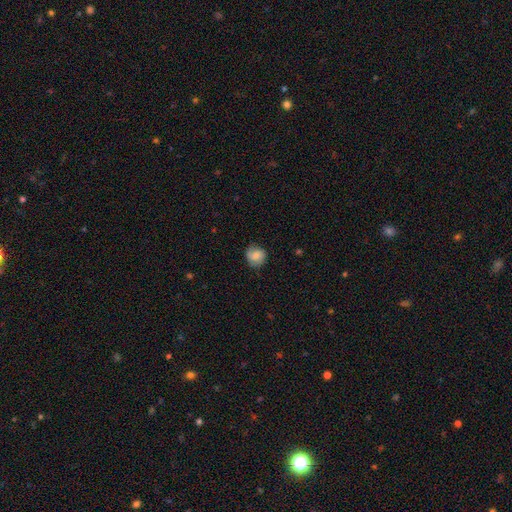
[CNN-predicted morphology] Smooth or featured?
  - smooth: 68% *
  - featured or disk: 24%
  - star or artifact: 8%
How rounded?
  - round: 82% *
  - in between: 17%
  - cigar-shaped: 1%
Merging?
  - none: 71% *
  - minor disturbance: 22%
  - major disturbance: 6%
  - merger: 1%